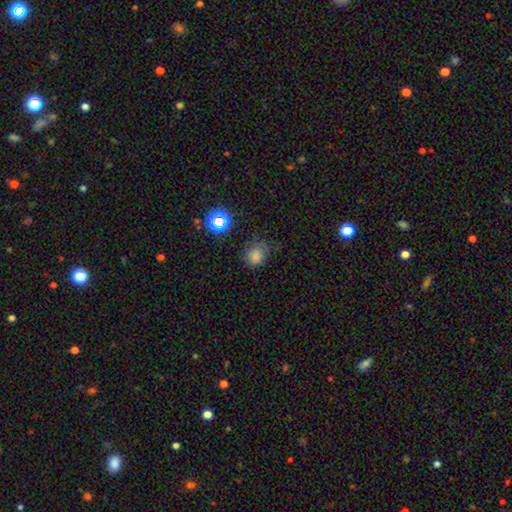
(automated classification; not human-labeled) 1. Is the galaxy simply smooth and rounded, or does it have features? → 75% smooth, 18% star or artifact, 7% featured or disk.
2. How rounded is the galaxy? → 65% round, 34% in between, 1% cigar-shaped.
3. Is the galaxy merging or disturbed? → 60% none, 28% minor disturbance, 10% major disturbance, 3% merger.